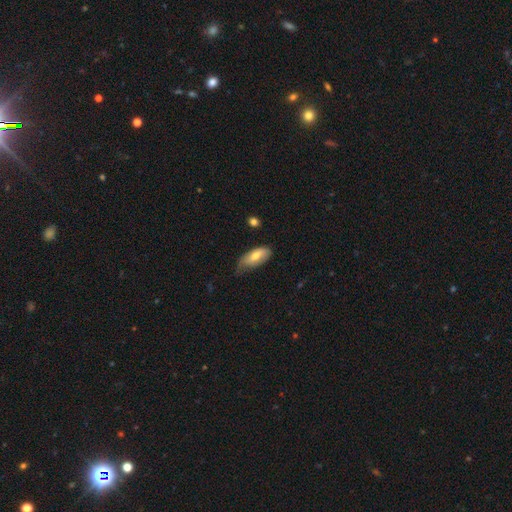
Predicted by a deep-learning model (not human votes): A smooth galaxy with no disk features (69%) that is in between round and cigar-shaped (87%). Merging: none (44%).